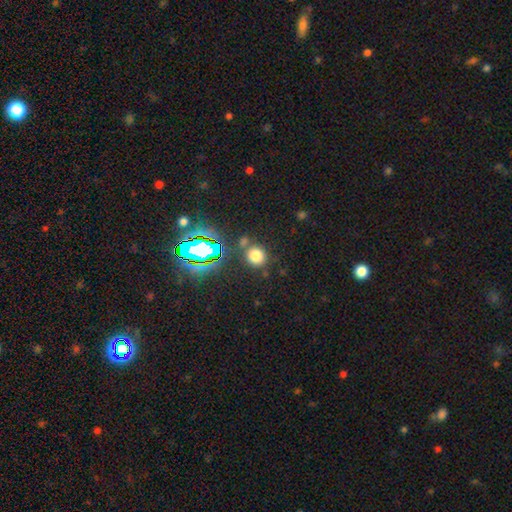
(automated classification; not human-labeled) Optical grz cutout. It shows a smooth galaxy with no disk features (71%) that is round (83%). Merging: none (77%).